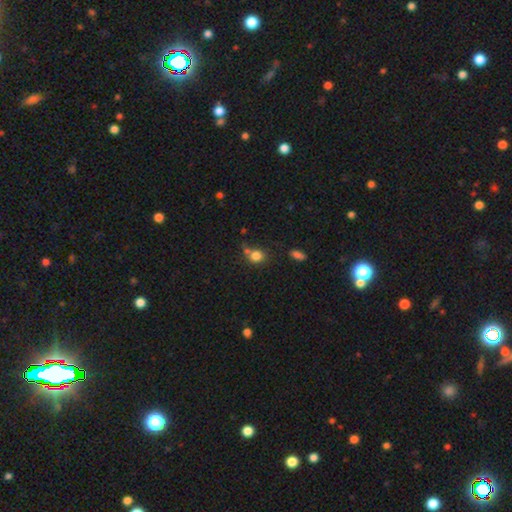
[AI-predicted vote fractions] Overall: smooth (81%). How rounded: round (74%). Merging: none (57%; merger 21%).